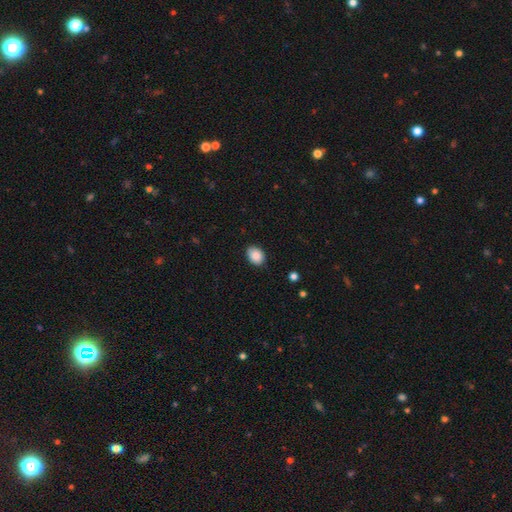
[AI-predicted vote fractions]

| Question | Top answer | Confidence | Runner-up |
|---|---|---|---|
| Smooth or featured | smooth | 88% | star or artifact (8%) |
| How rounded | in between | 71% | round (28%) |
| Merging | none | 84% | minor disturbance (12%) |